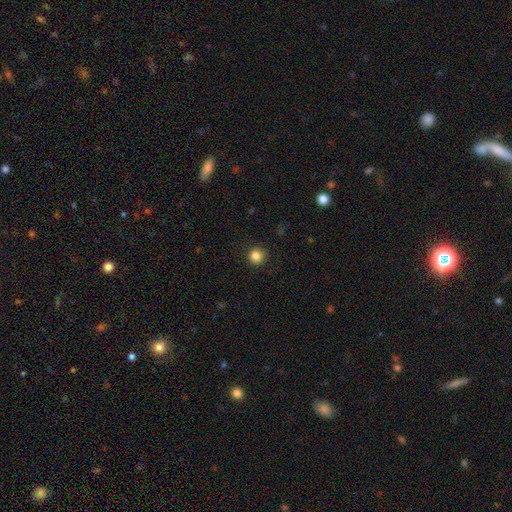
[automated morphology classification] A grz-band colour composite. It shows a smooth galaxy with no disk features (85%) that is round (95%). Merging: none (91%).